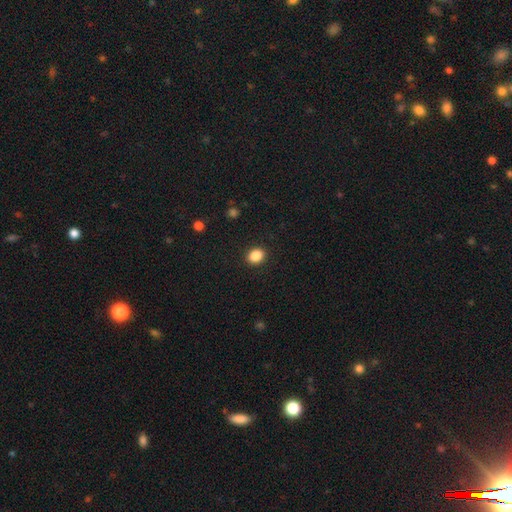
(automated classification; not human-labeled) smooth_or_featured: smooth (p=0.87) [alt: star or artifact p=0.10]
how_rounded: round (p=0.56) [alt: in between p=0.43]
merging: none (p=0.91) [alt: minor disturbance p=0.06]